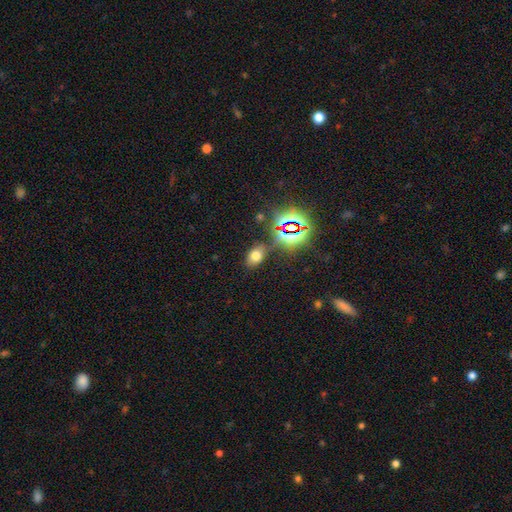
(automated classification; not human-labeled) smooth_or_featured: smooth (p=0.62) [alt: star or artifact p=0.28]
how_rounded: in between (p=0.79) [alt: round p=0.19]
merging: none (p=0.77) [alt: minor disturbance p=0.13]